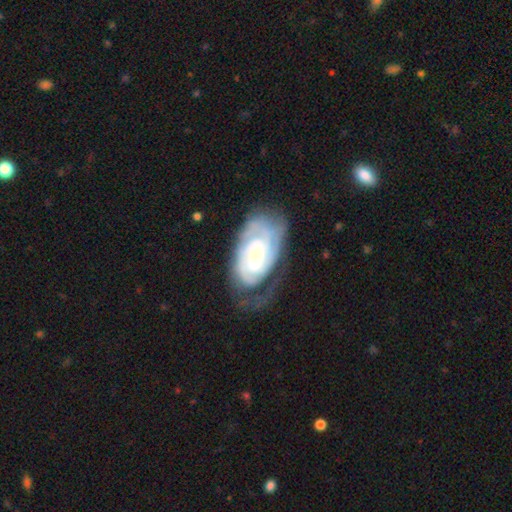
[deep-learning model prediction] A featured or disk galaxy (82%) with no bar (62%), tight (70%) spiral arms (93%) and a small central bulge (63%).

Vote fractions:
- Smooth or featured? featured or disk: 82% / smooth: 13% / star or artifact: 5%
- Edge-on disk? no: 96% / yes: 4%
- Bar? no: 62% / weak: 31% / strong: 7%
- Spiral arms? yes: 93% / no: 7%
- Spiral winding? tight: 70% / medium: 24% / loose: 6%
- Spiral arm count? can't tell: 41% / 2: 32% / 3: 12% / 1: 6% / 4: 5% / more than 4: 4%
- Bulge size? small: 63% / moderate: 30% / large: 3% / none: 3% / dominant: 1%
- Merging? none: 55% / minor disturbance: 25% / major disturbance: 19% / merger: 2%